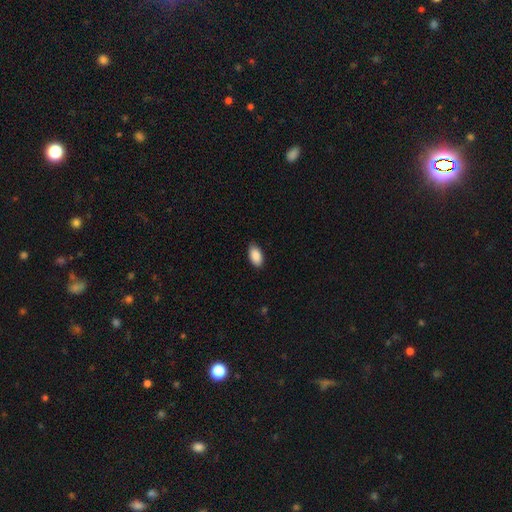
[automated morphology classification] This is clearly a smooth galaxy (90%). How rounded: clearly in between (94%). Merging: clearly none (85%).